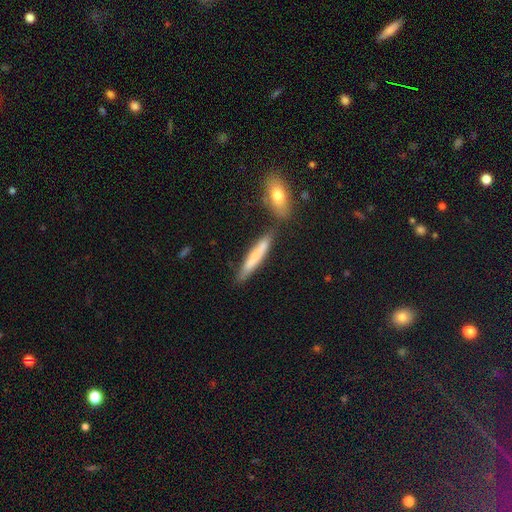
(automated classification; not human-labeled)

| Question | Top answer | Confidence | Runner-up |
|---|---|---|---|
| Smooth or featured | smooth | 70% | featured or disk (24%) |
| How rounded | cigar-shaped | 93% | in between (6%) |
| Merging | none | 72% | minor disturbance (14%) |